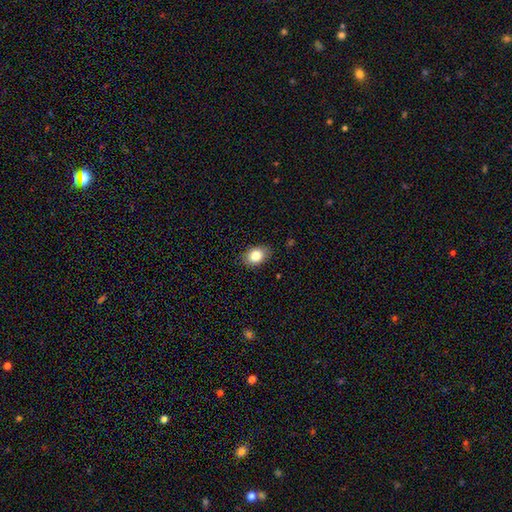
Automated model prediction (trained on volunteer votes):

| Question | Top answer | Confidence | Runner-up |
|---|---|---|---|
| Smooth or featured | smooth | 83% | star or artifact (9%) |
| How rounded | in between | 74% | round (25%) |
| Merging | none | 85% | minor disturbance (12%) |